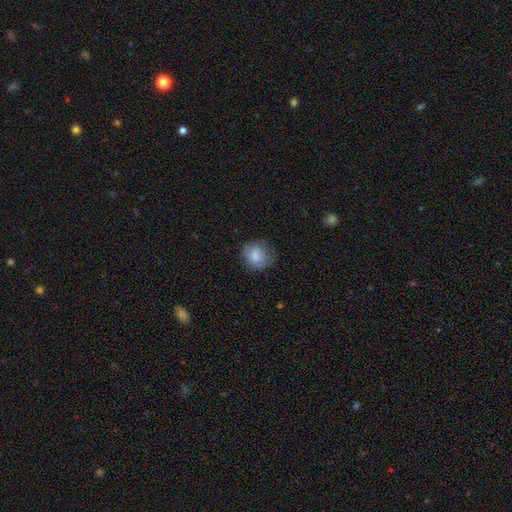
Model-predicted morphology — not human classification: The model was most divided on "merging": none: 69%, minor disturbance: 22%, major disturbance: 7%, merger: 1%. More confident: smooth or featured — smooth (81%); how rounded — round (73%).